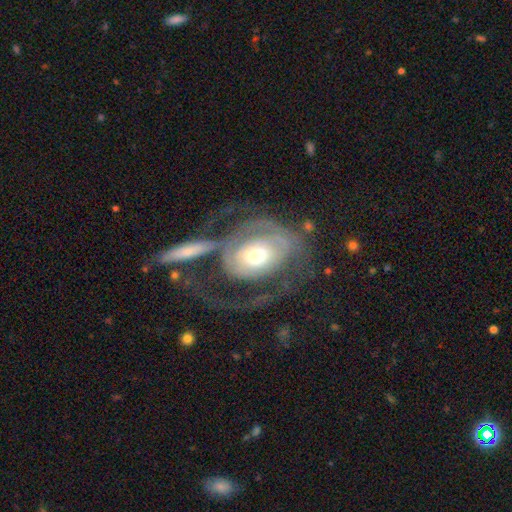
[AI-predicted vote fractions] This is likely a featured or disk galaxy (74%). It is clearly not viewed edge-on (95%). Bar: likely no (68%). Spiral arm pattern: likely yes (78%). Spiral arm count: marginally 2 (42%). Spiral winding: marginally tight (42%). Central bulge: likely moderate (61%). Merging: marginally major disturbance (41%).